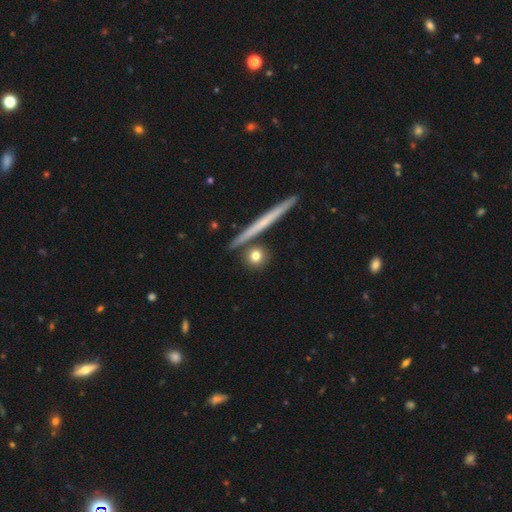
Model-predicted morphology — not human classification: Overall: smooth (77%). How rounded: round (79%). Merging: none (81%).